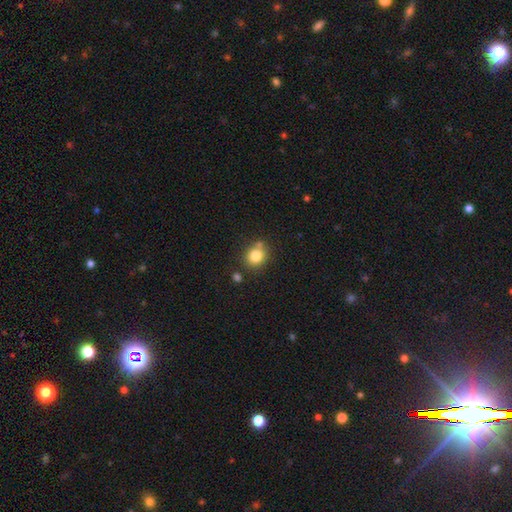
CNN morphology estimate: This is clearly a smooth galaxy (81%). How rounded: likely round (76%). Merging: likely none (70%).